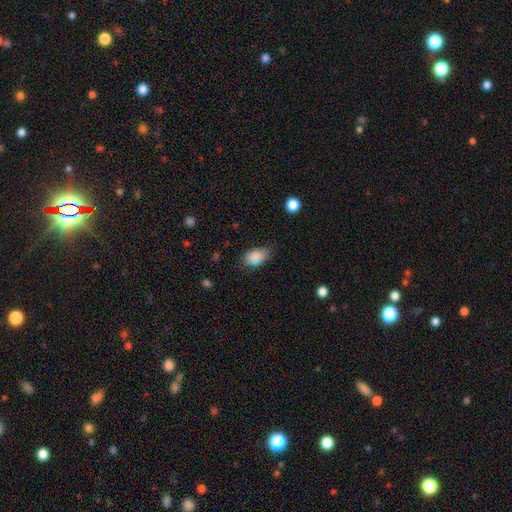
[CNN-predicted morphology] Overall: smooth (87%). How rounded: in between (87%). Merging: none (61%; minor disturbance 30%).